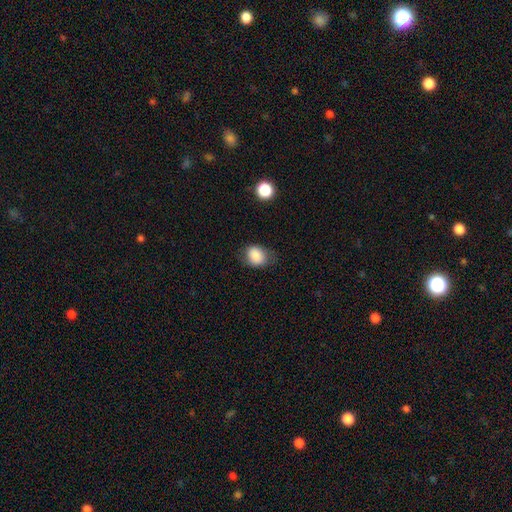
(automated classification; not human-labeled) smooth-or-featured: smooth: 85% | star or artifact: 8% | featured or disk: 7%
  how-rounded: in between: 55% | round: 44% | cigar-shaped: 1%
  merging: none: 67% | minor disturbance: 24% | major disturbance: 7% | merger: 1%